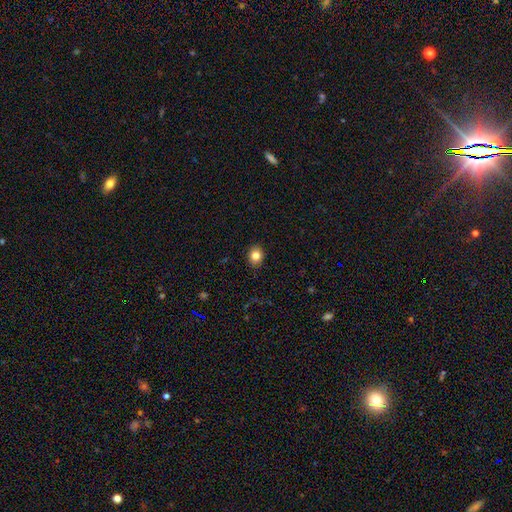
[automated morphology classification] A smooth galaxy with no disk features (83%) that is round (64%). Merging: none (89%).